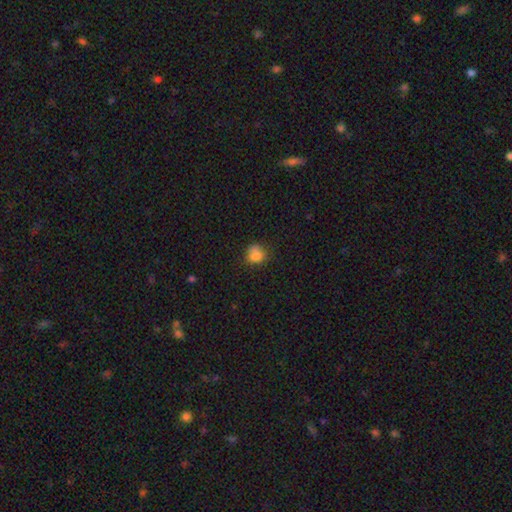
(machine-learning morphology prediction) A smooth galaxy with no disk features (79%) that is round (70%).

Vote fractions:
- Smooth or featured? smooth: 79% / star or artifact: 12% / featured or disk: 9%
- How rounded? round: 70% / in between: 29% / cigar-shaped: 1%
- Merging? none: 58% / minor disturbance: 25% / major disturbance: 8% / merger: 8%